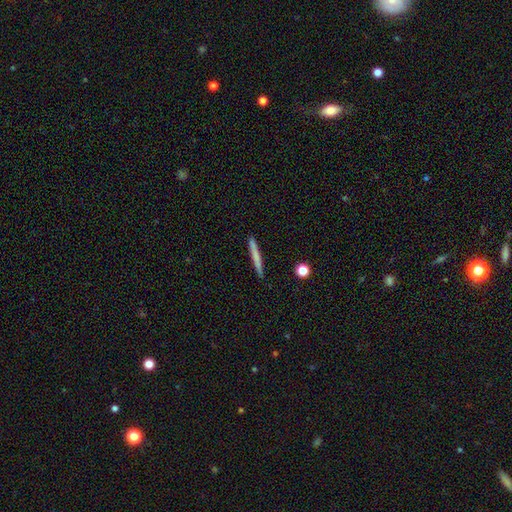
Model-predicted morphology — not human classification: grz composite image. It shows a smooth galaxy with no disk features (66%) that is cigar-shaped (96%). Merging: none (90%).